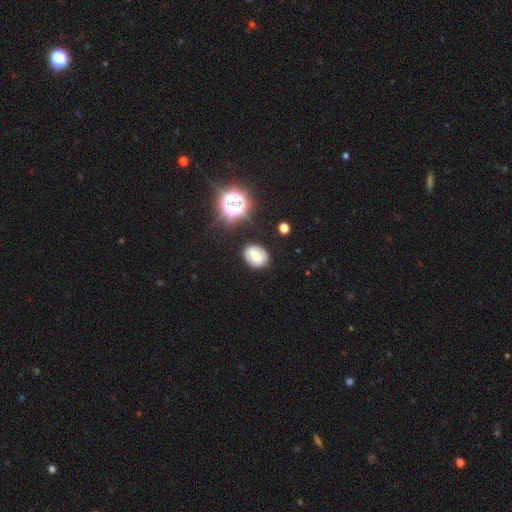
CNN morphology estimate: The model was most divided on "how rounded": in between: 53%, round: 46%, cigar-shaped: 1%. More confident: merging — none (83%); smooth or featured — smooth (57%).